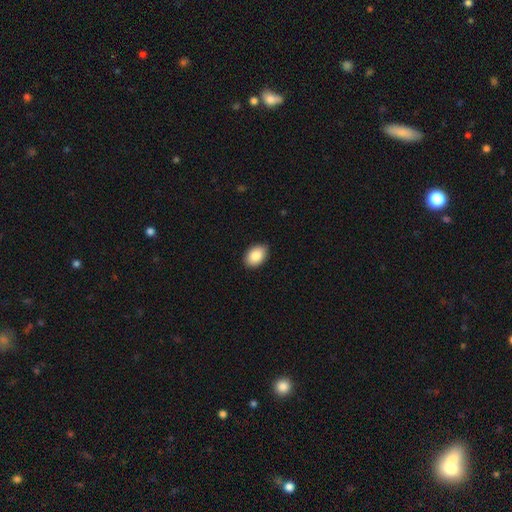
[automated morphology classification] This is clearly a smooth galaxy (87%). How rounded: clearly in between (87%). Merging: clearly none (85%).